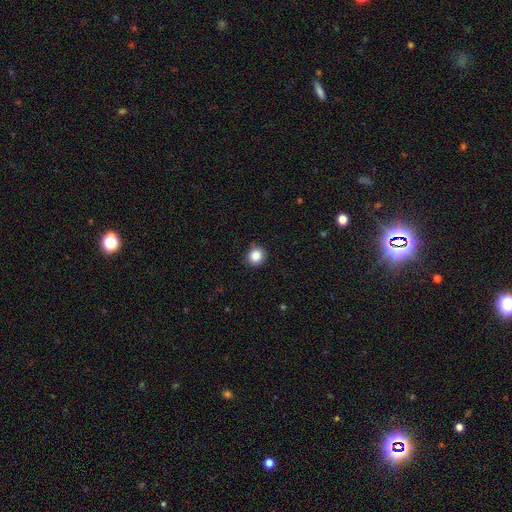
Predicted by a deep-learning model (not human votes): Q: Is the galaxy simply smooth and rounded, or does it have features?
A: smooth — 86%.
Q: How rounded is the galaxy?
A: round — 90%.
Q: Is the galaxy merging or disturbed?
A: none — 88%.